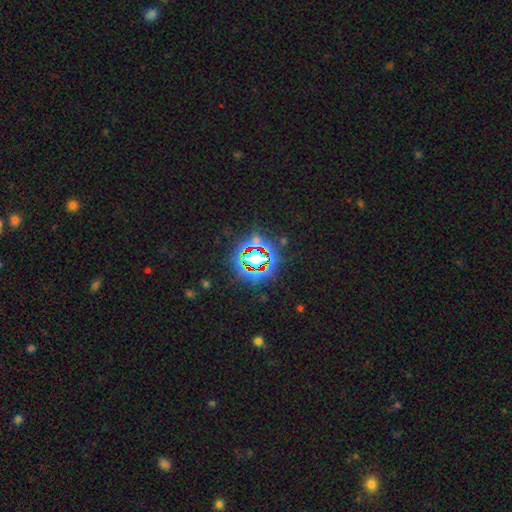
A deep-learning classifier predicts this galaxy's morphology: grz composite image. It shows a star or artifact, not a galaxy (79%).